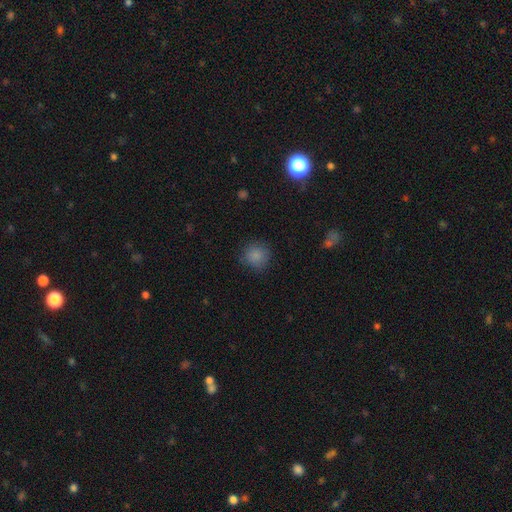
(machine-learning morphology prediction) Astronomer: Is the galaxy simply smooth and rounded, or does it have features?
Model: smooth — 85%.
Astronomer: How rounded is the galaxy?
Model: round — 92%.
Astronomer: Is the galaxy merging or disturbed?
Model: none — 83%.